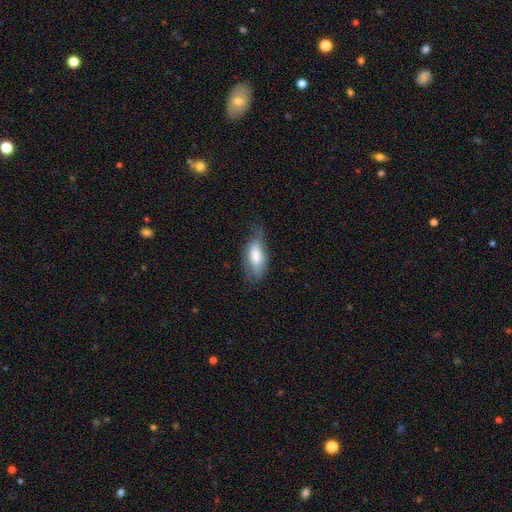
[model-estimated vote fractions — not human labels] Smooth or featured? Predicted: smooth (p=0.72). How rounded? Predicted: in between (p=0.83). Merging? Predicted: none (p=0.47).